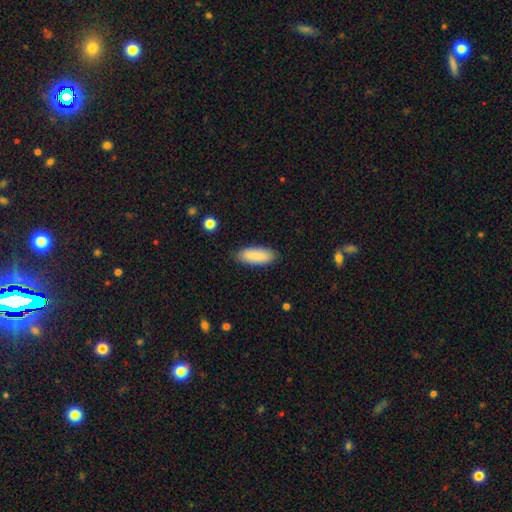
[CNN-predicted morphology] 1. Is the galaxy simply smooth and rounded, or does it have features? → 87% smooth, 7% featured or disk, 6% star or artifact.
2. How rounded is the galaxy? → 71% in between, 27% cigar-shaped, 2% round.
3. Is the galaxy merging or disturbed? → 85% none, 12% minor disturbance, 2% major disturbance, 1% merger.